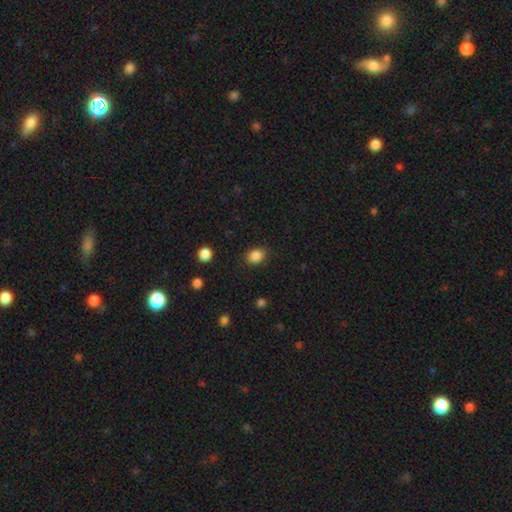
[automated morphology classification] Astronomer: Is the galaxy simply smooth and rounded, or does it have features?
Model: smooth — 86%.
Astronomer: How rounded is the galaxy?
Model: in between — 52% (runner-up: round, 47%).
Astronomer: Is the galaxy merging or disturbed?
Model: none — 84%.